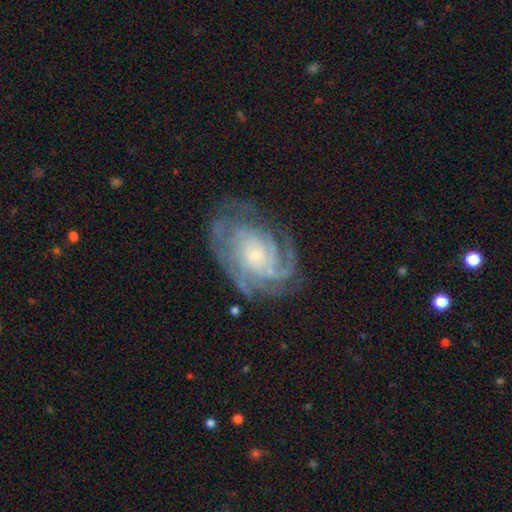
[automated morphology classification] Overall: featured or disk (87%). Edge-on disk: no (97%). Bar: no (75%). Spiral arms: yes (97%). Spiral arm count: 4 (31%; can't tell 23%). Spiral winding: tight (68%). Bulge size: small (74%). Merging: none (70%).